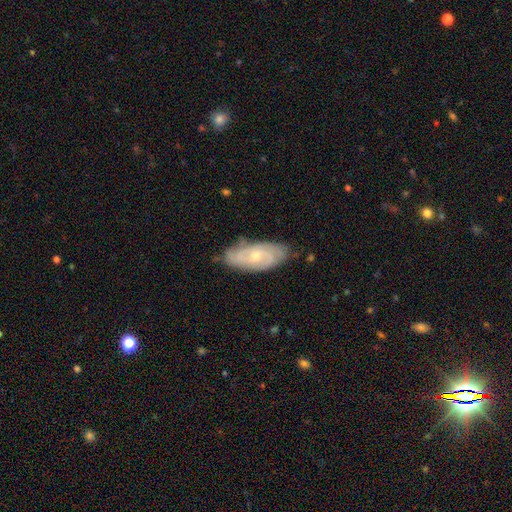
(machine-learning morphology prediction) A featured or disk galaxy (71%) with no bar (70%), tight (58%) spiral arms (90%) and a small central bulge (58%).

Vote fractions:
- Smooth or featured? featured or disk: 71% / smooth: 23% / star or artifact: 6%
- Edge-on disk? no: 91% / yes: 9%
- Bar? no: 70% / weak: 26% / strong: 4%
- Spiral arms? yes: 90% / no: 10%
- Spiral winding? tight: 58% / medium: 33% / loose: 9%
- Spiral arm count? can't tell: 36% / 2: 34% / 3: 16% / 4: 7% / 1: 3% / more than 4: 3%
- Bulge size? small: 58% / moderate: 39% / none: 2% / large: 1% / dominant: 1%
- Merging? none: 75% / minor disturbance: 20% / major disturbance: 4% / merger: 1%